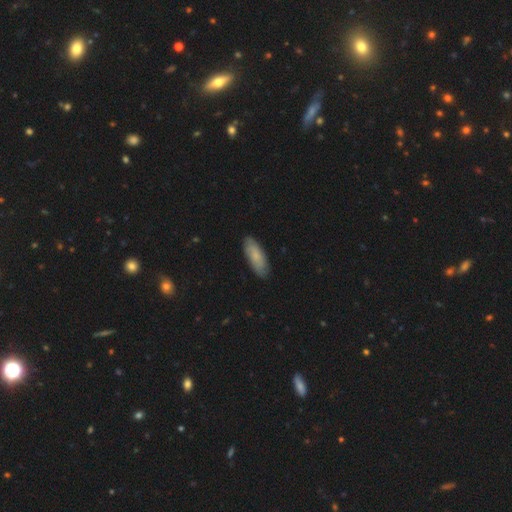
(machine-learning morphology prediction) Q: Smooth or featured?
A: smooth (67%); runner-up: featured or disk (27%)
Q: How rounded?
A: in between (70%); runner-up: cigar-shaped (28%)
Q: Merging?
A: none (85%); runner-up: minor disturbance (12%)